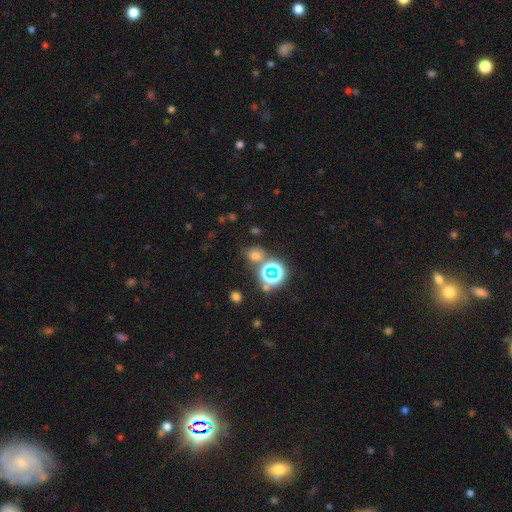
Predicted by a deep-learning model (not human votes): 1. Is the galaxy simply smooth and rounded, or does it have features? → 56% smooth, 37% star or artifact, 8% featured or disk.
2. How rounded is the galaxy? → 69% round, 29% in between, 1% cigar-shaped.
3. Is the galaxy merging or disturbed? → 69% none, 13% merger, 12% minor disturbance, 5% major disturbance.